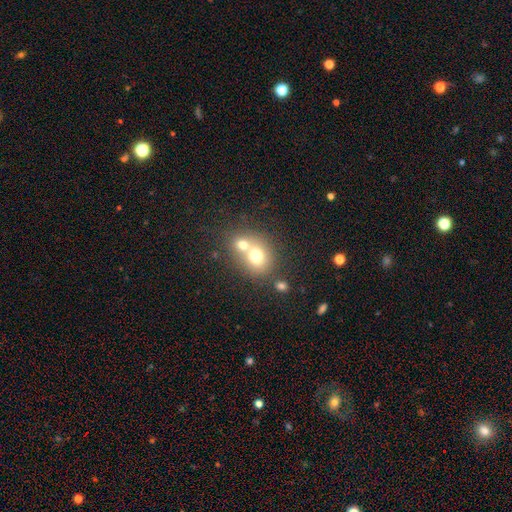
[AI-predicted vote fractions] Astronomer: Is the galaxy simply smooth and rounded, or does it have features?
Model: smooth — 70%.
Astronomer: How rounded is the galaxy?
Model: round — 65%.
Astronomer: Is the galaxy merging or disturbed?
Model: merger — 60%.